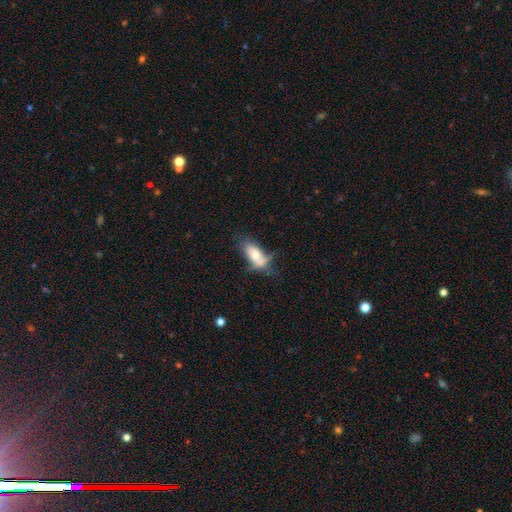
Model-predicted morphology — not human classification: This appears to be a smooth galaxy with no disk features (66%) that is in between round and cigar-shaped (84%). Merging: none (35%).